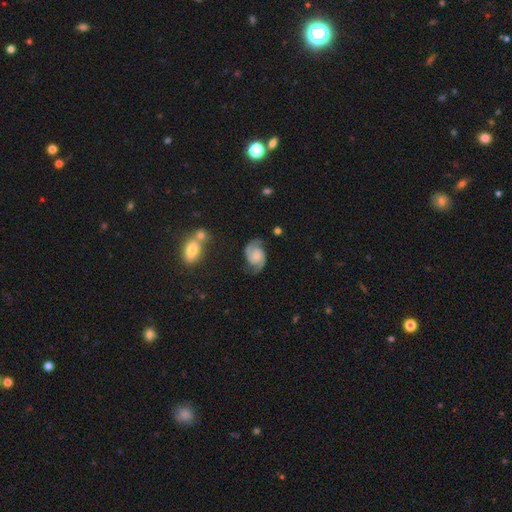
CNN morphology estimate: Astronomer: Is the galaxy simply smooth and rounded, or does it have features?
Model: featured or disk — 85%.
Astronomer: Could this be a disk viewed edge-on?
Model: no — 98%.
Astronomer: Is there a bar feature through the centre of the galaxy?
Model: no — 65%.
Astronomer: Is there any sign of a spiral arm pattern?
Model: yes — 97%.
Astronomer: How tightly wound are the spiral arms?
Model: medium — 54%.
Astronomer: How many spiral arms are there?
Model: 2 — 93%.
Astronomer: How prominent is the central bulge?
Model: small — 44% (runner-up: moderate, 34%).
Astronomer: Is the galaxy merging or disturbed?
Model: none — 76%.